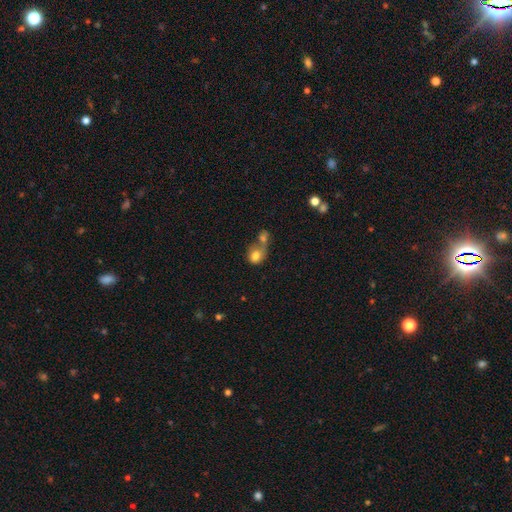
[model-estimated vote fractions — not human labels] Smooth or featured? smooth (78%)
How rounded? round (60%)
Merging? merger (66%)